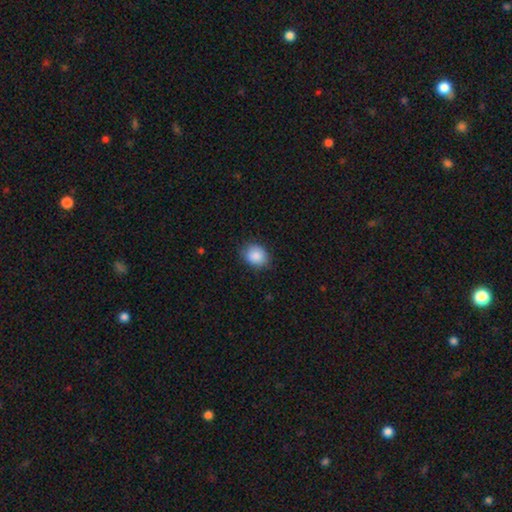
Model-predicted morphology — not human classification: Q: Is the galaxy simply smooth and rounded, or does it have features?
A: smooth — 89%.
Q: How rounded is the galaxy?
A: in between — 51%.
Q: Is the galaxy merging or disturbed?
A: none — 81%.